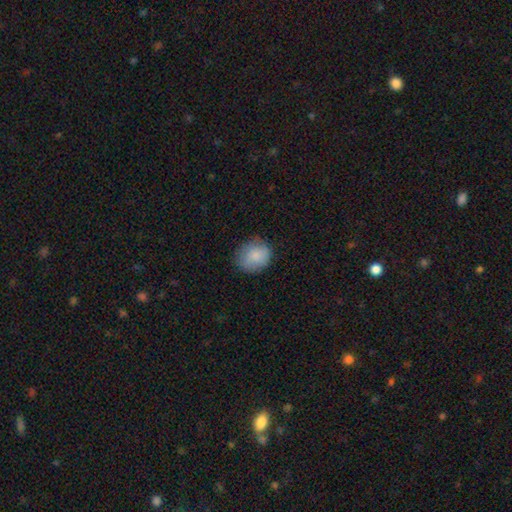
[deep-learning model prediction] smooth 86%, featured or disk 7%, star or artifact 7%. Down the decision tree: how rounded — round (69%); merging — none (76%).